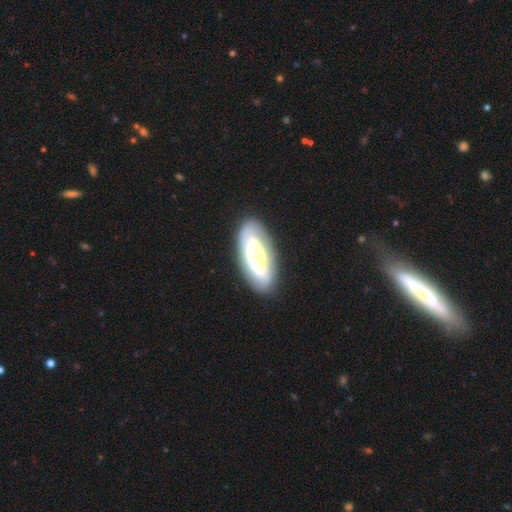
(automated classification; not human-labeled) Morphology: type=featured or disk (52%); edge-on=no (78%); merging=none (77%).